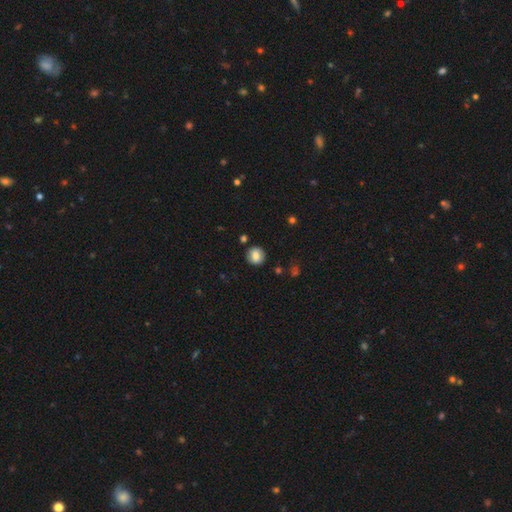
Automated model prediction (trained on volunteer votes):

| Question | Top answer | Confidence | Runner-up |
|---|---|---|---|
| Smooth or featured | smooth | 80% | featured or disk (11%) |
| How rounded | round | 87% | in between (12%) |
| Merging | none | 87% | minor disturbance (8%) |